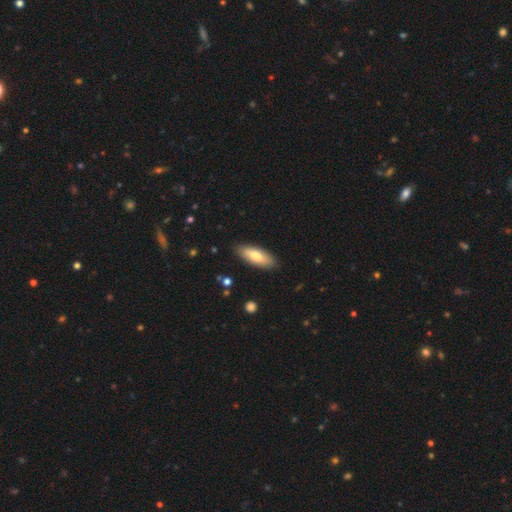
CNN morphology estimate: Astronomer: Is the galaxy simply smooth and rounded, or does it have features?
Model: smooth — 76%.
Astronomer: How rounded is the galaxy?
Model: in between — 72%.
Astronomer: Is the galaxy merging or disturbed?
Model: none — 88%.